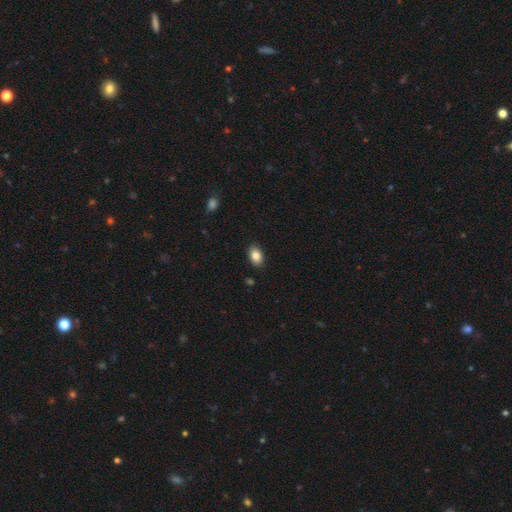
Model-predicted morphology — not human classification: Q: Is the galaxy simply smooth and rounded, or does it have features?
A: smooth — 85%.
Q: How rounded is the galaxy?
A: in between — 87%.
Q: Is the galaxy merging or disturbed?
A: none — 88%.